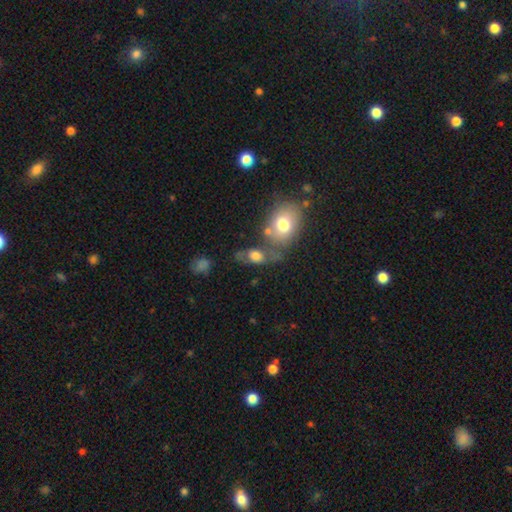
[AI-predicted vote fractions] smooth-or-featured: smooth: 64% | featured or disk: 26% | star or artifact: 10%
  how-rounded: in between: 80% | round: 16% | cigar-shaped: 5%
  merging: none: 45% | merger: 24% | minor disturbance: 19% | major disturbance: 12%